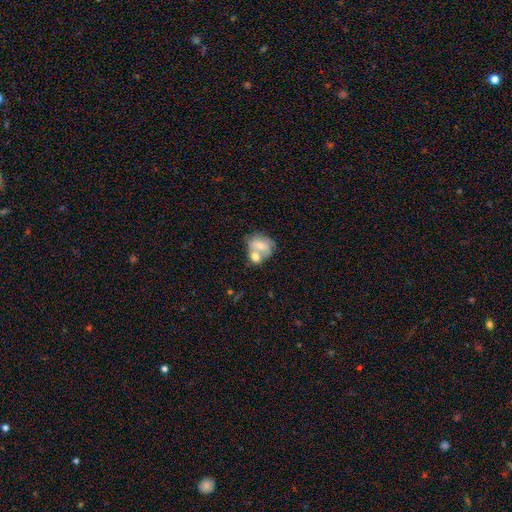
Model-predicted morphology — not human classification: Overall: smooth (54%; featured or disk 36%). How rounded: round (58%; in between 40%). Merging: merger (49%; none 34%).